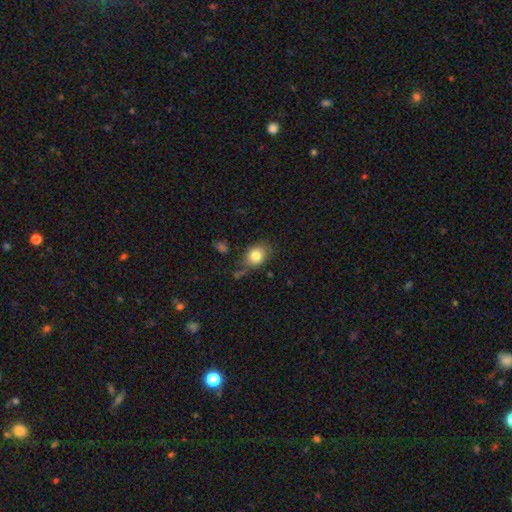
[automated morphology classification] Smooth or featured?
  - smooth: 81% *
  - star or artifact: 10%
  - featured or disk: 10%
How rounded?
  - in between: 53% *
  - round: 45%
  - cigar-shaped: 1%
Merging?
  - none: 69% *
  - minor disturbance: 20%
  - major disturbance: 6%
  - merger: 5%